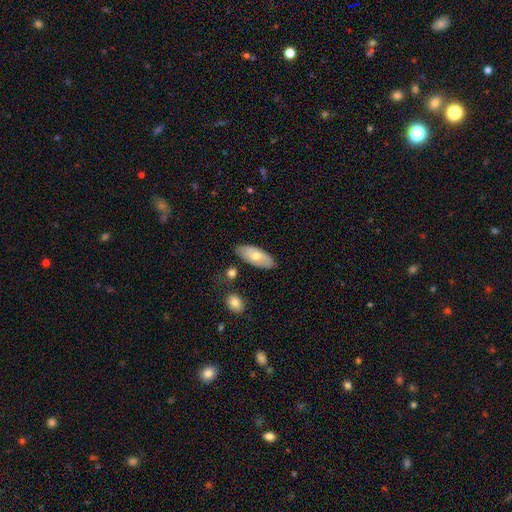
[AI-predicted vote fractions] smooth 62%, featured or disk 31%, star or artifact 6%. Down the decision tree: how rounded — in between (85%); merging — none (80%).